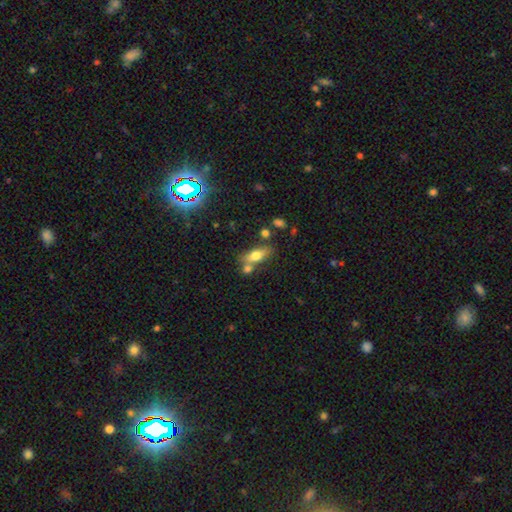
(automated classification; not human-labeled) Smooth or featured? Predicted: smooth (p=0.63). How rounded? Predicted: in between (p=0.63). Merging? Predicted: none (p=0.58).